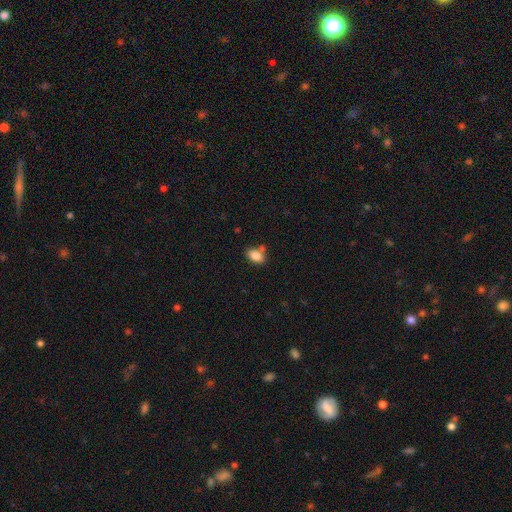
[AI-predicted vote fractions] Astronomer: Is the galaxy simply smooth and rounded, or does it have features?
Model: smooth — 84%.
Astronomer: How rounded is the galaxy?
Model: in between — 82%.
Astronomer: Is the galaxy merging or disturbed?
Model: none — 67%.